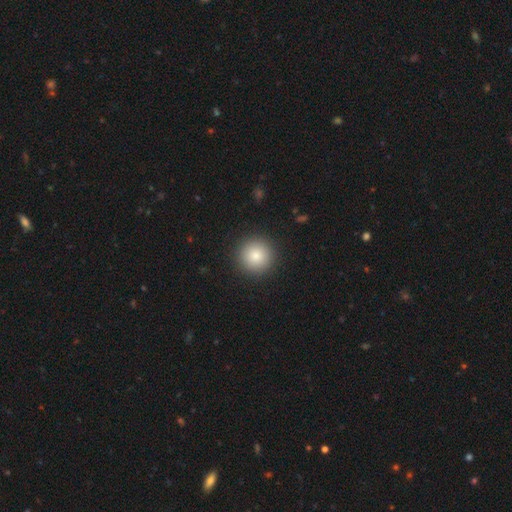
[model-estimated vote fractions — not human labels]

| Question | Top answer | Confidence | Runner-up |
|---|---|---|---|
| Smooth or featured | smooth | 84% | star or artifact (10%) |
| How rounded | round | 95% | in between (4%) |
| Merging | none | 92% | minor disturbance (5%) |